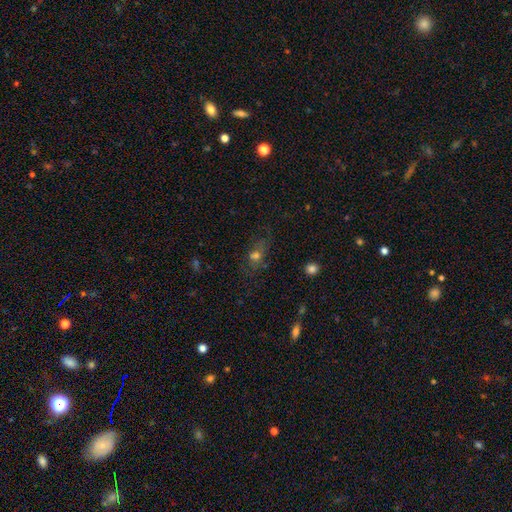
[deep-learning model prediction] Smooth or featured: smooth — 54% (featured or disk — 24%)
How rounded: in between — 61% (round — 32%)
Merging: none — 51% (minor disturbance — 20%)